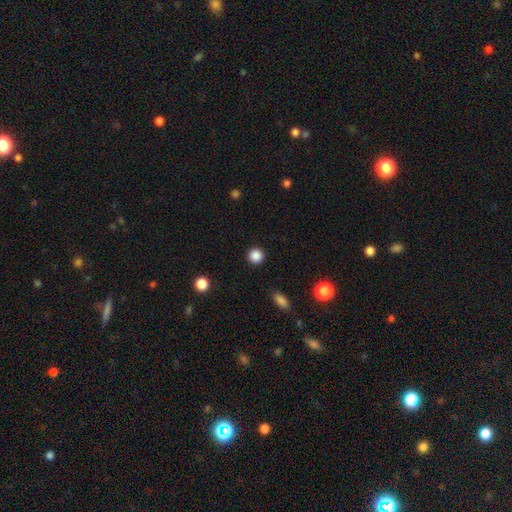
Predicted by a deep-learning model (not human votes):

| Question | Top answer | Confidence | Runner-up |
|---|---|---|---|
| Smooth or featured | smooth | 87% | star or artifact (10%) |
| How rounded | round | 94% | in between (5%) |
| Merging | none | 92% | minor disturbance (5%) |